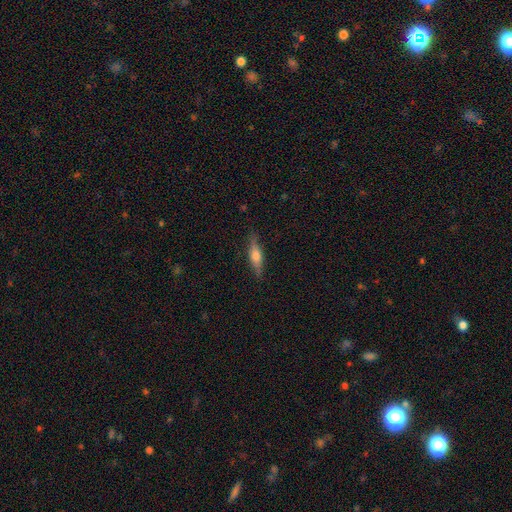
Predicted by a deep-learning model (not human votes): Morphology: type=featured or disk (48%); merging=none (85%).